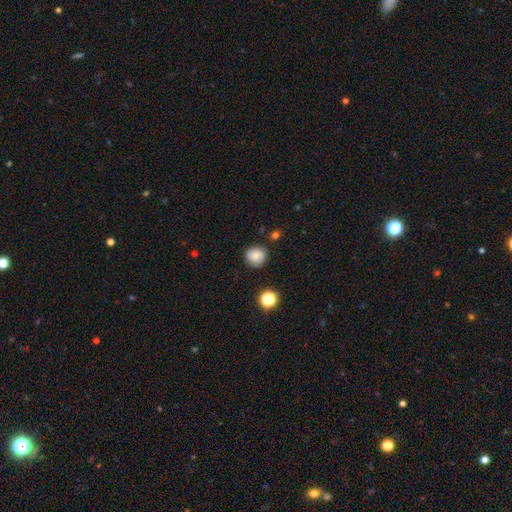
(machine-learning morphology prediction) This is likely a smooth galaxy (79%). How rounded: clearly round (89%). Merging: clearly none (83%).